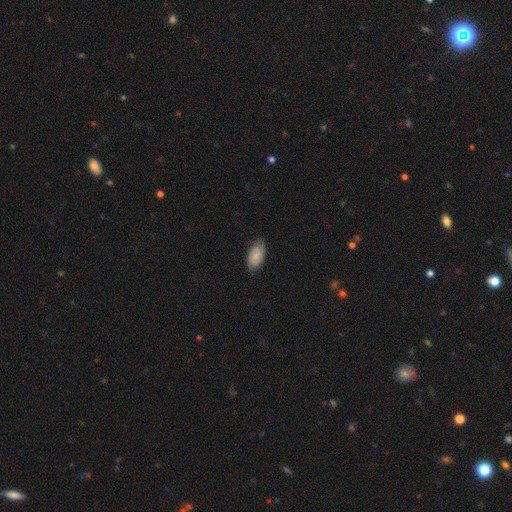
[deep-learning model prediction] This is likely a smooth galaxy (76%). How rounded: clearly in between (94%). Merging: likely none (78%).